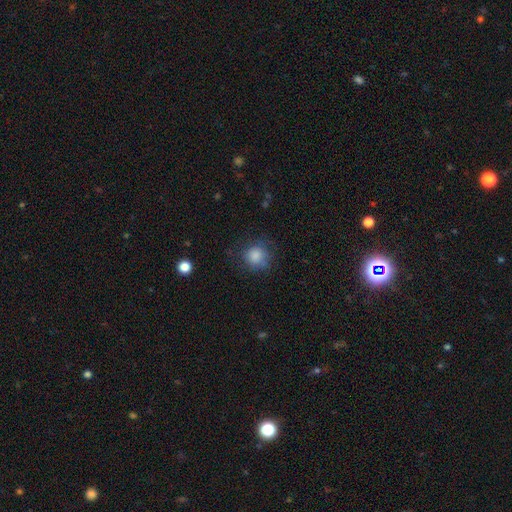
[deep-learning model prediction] A smooth galaxy with no disk features (84%) that is round (86%). Merging: none (70%).